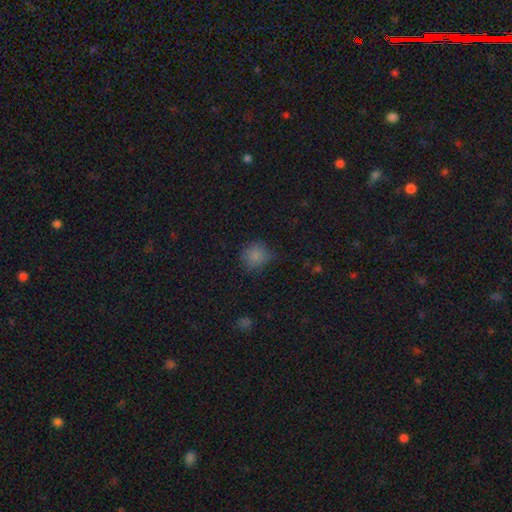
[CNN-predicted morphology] The model was most divided on "merging": none: 69%, minor disturbance: 24%, major disturbance: 6%, merger: 2%. More confident: how rounded — round (84%); smooth or featured — smooth (80%).